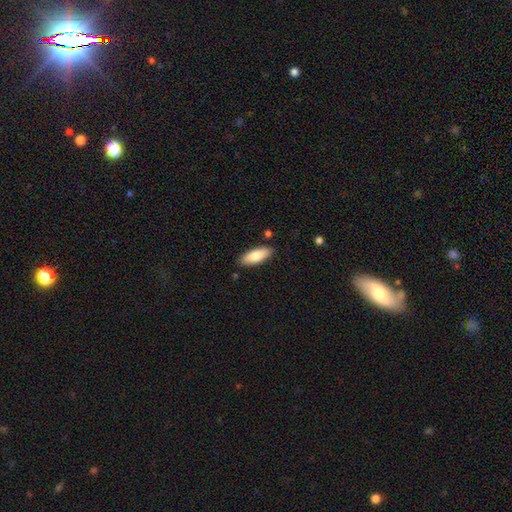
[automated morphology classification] Smooth or featured: smooth — 81% (featured or disk — 13%)
How rounded: in between — 73% (cigar-shaped — 25%)
Merging: none — 86% (minor disturbance — 10%)